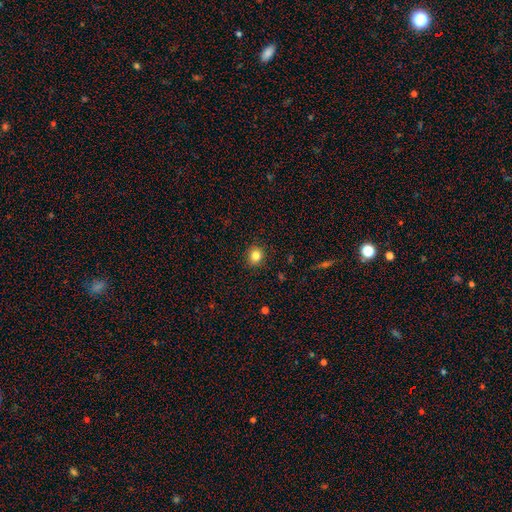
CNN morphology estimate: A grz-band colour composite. It shows a smooth galaxy with no disk features (83%) that is round (83%). Merging: none (90%).